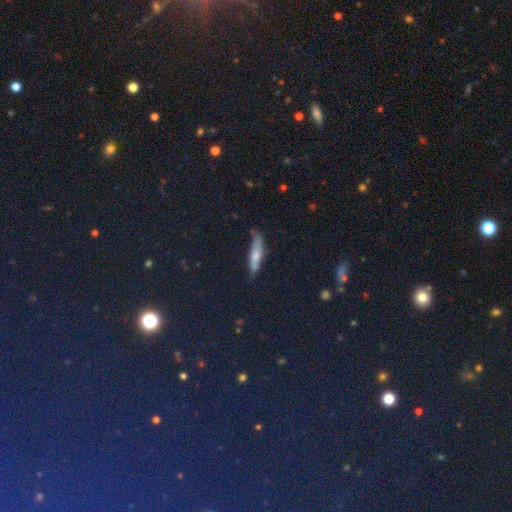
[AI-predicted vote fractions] smooth_or_featured: smooth (p=0.57) [alt: featured or disk p=0.30]
how_rounded: cigar-shaped (p=0.77) [alt: in between p=0.20]
merging: none (p=0.65) [alt: minor disturbance p=0.25]